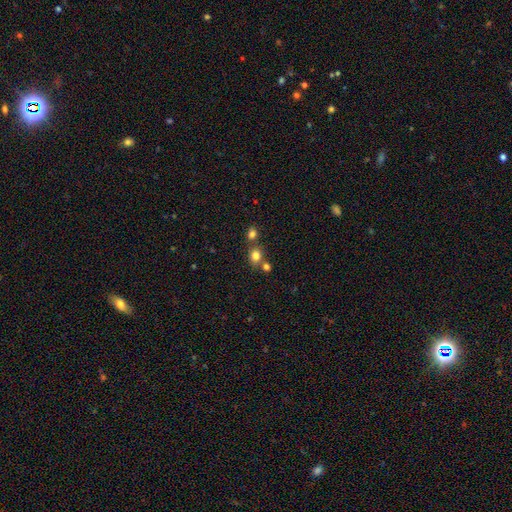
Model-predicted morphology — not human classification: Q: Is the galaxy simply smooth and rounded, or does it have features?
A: smooth — 79%.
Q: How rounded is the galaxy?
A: round — 64%.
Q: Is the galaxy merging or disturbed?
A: none — 61%.